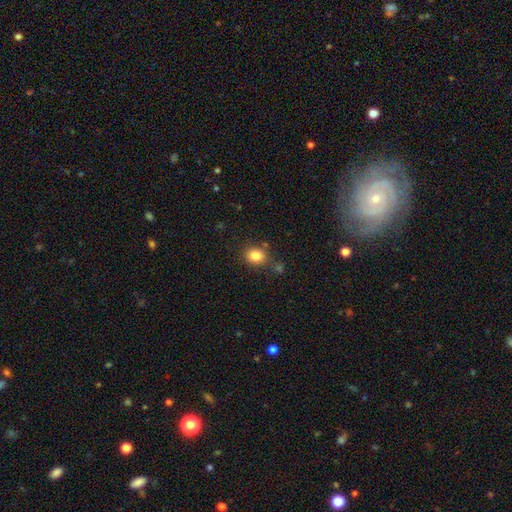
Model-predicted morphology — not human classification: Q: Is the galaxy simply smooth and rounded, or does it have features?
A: smooth — 83%.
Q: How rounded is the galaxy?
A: round — 67%.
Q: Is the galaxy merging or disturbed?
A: none — 80%.